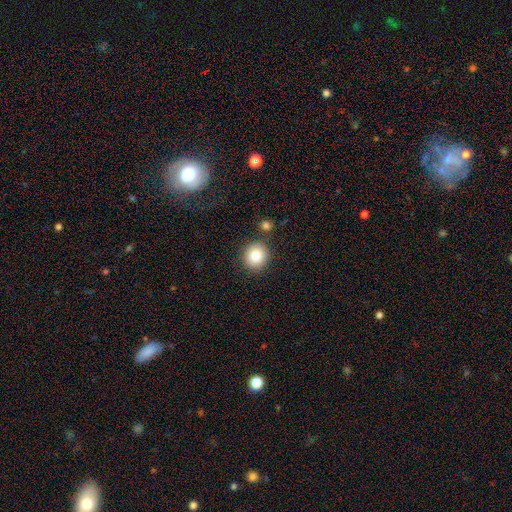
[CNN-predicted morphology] Q: Smooth or featured?
A: smooth (83%); runner-up: star or artifact (10%)
Q: How rounded?
A: round (89%); runner-up: in between (10%)
Q: Merging?
A: none (83%); runner-up: minor disturbance (8%)